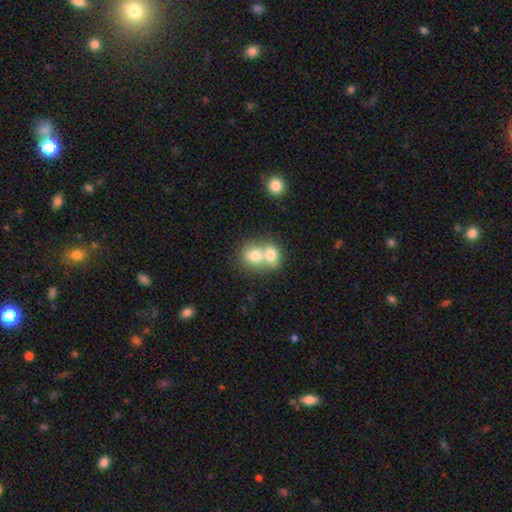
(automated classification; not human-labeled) smooth_or_featured: smooth (p=0.73) [alt: featured or disk p=0.18]
how_rounded: round (p=0.61) [alt: in between p=0.38]
merging: merger (p=0.71) [alt: none p=0.21]